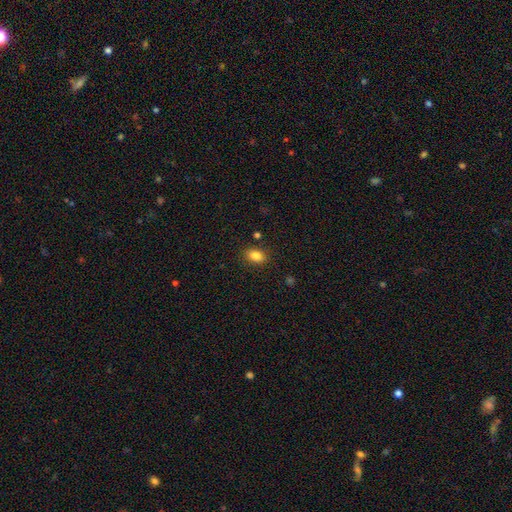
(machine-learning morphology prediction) smooth-or-featured: smooth: 84% | star or artifact: 10% | featured or disk: 6%
  how-rounded: in between: 80% | round: 19% | cigar-shaped: 2%
  merging: none: 86% | minor disturbance: 9% | major disturbance: 3% | merger: 2%